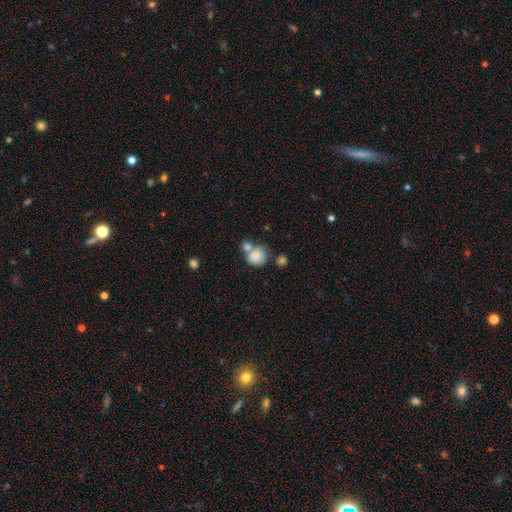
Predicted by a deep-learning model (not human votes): Overall: smooth (82%). How rounded: round (80%). Merging: merger (43%; none 39%).